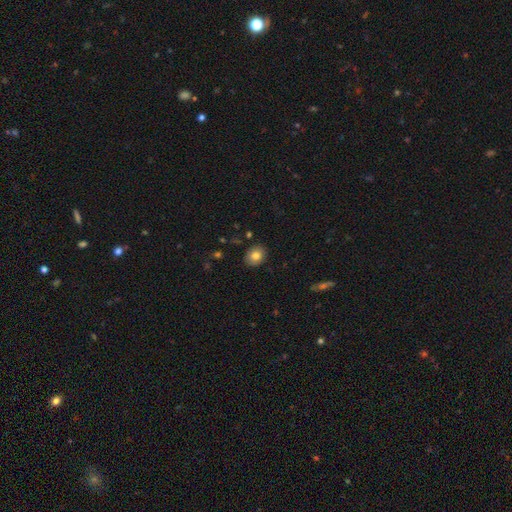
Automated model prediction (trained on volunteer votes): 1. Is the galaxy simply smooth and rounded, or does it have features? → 80% smooth, 10% featured or disk, 9% star or artifact.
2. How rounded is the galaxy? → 51% round, 48% in between, 1% cigar-shaped.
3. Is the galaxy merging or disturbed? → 87% none, 10% minor disturbance, 2% major disturbance, 1% merger.